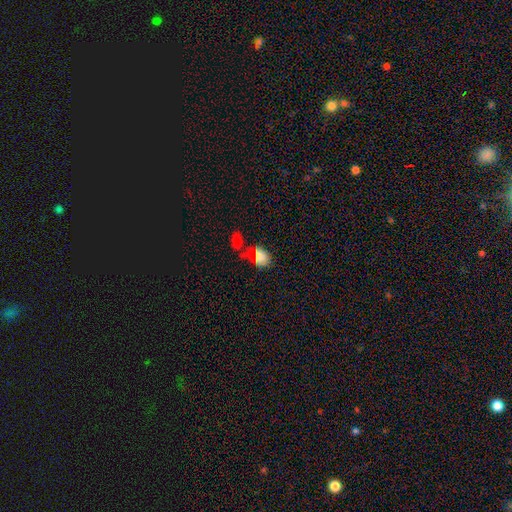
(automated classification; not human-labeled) Smooth or featured? smooth (72%)
How rounded? in between (79%)
Merging? none (58%)